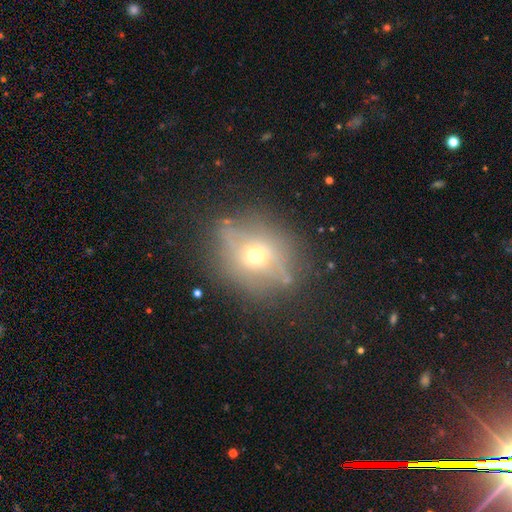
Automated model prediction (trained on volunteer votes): The model was most divided on "edge-on disk" (2-way tie): yes: 50%, no: 50%. More confident: merging — none (73%); smooth or featured — featured or disk (54%).